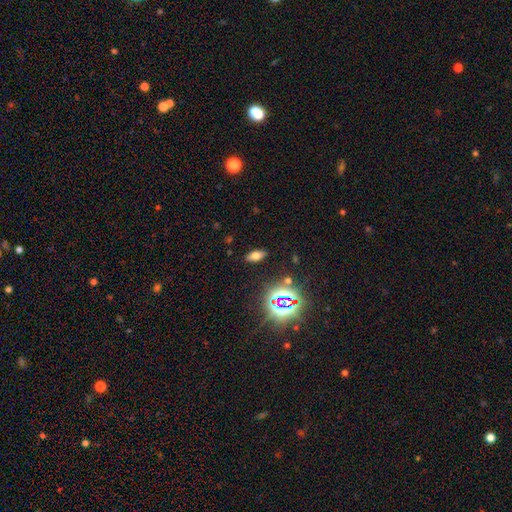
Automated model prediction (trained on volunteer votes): Smooth or featured: smooth — 60% (star or artifact — 25%)
How rounded: in between — 84% (cigar-shaped — 11%)
Merging: none — 88% (minor disturbance — 8%)